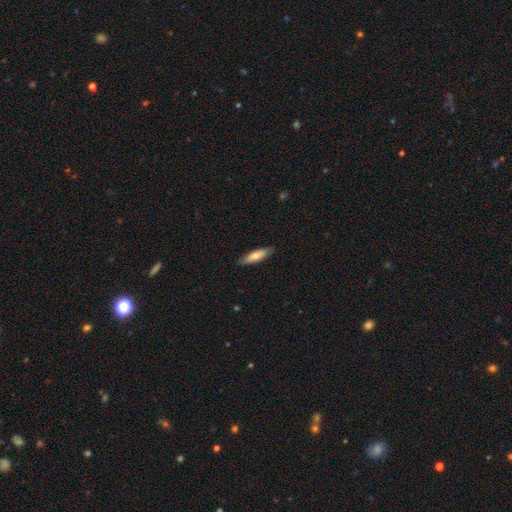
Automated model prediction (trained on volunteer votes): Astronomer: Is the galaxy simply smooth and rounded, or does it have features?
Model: smooth — 72%.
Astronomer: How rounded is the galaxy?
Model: cigar-shaped — 62%.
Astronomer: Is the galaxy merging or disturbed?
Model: none — 84%.